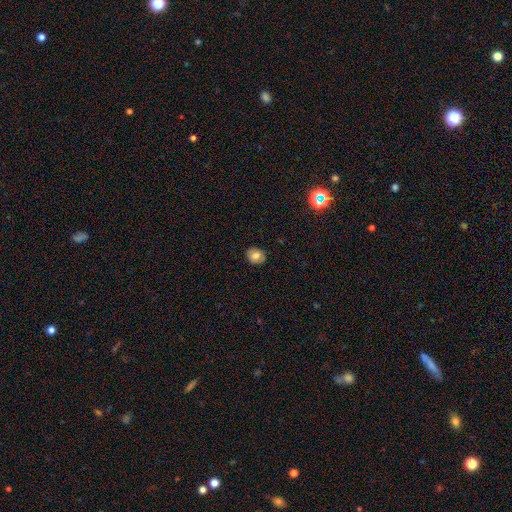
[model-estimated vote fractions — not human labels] Overall: smooth (72%). How rounded: round (72%). Merging: none (87%).